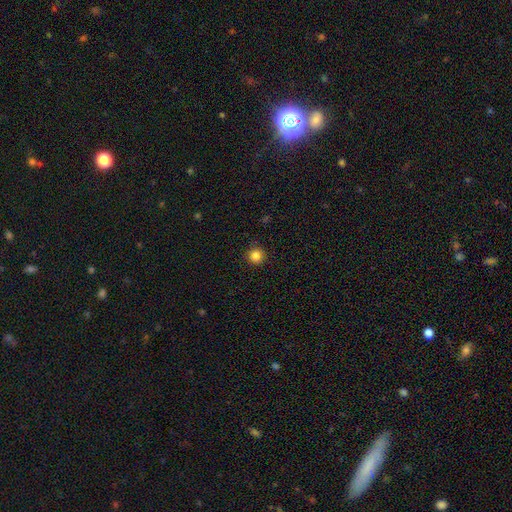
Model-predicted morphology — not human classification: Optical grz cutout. It shows a smooth galaxy with no disk features (85%) that is round (95%). Merging: none (92%).